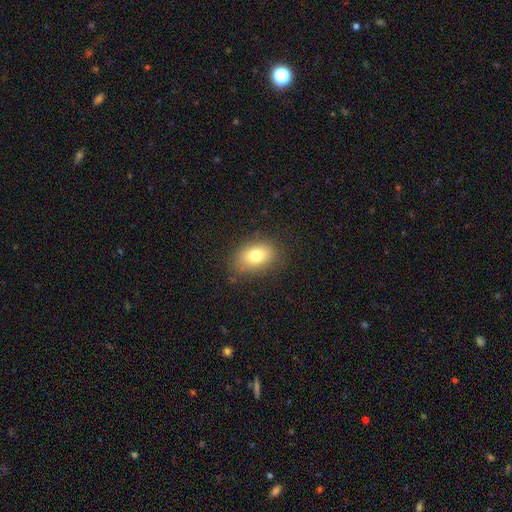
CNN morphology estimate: smooth_or_featured: smooth (p=0.77) [alt: featured or disk p=0.13]
how_rounded: in between (p=0.81) [alt: round p=0.18]
merging: none (p=0.82) [alt: minor disturbance p=0.13]